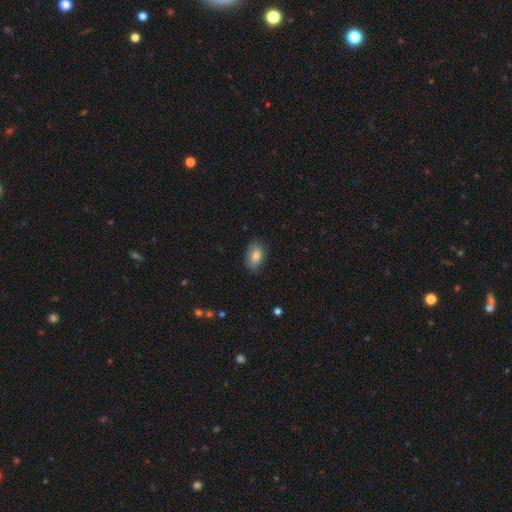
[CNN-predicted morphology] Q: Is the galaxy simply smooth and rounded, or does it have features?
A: smooth — 81%.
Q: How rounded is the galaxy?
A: in between — 89%.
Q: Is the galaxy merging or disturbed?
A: none — 78%.